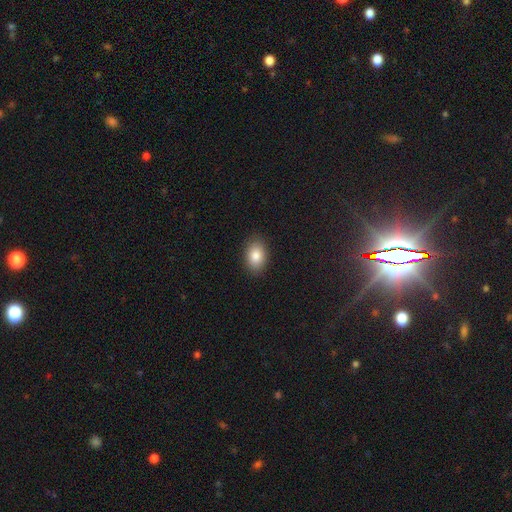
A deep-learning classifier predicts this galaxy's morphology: This is clearly a smooth galaxy (85%). How rounded: clearly in between (83%). Merging: clearly none (88%).